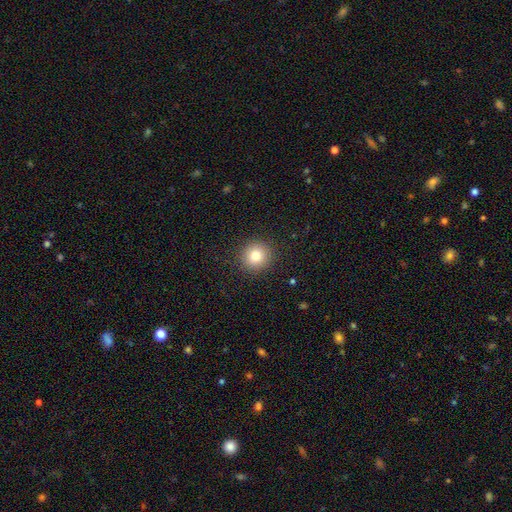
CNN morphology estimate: smooth_or_featured: smooth (p=0.81) [alt: star or artifact p=0.11]
how_rounded: round (p=0.93) [alt: in between p=0.06]
merging: none (p=0.91) [alt: minor disturbance p=0.06]